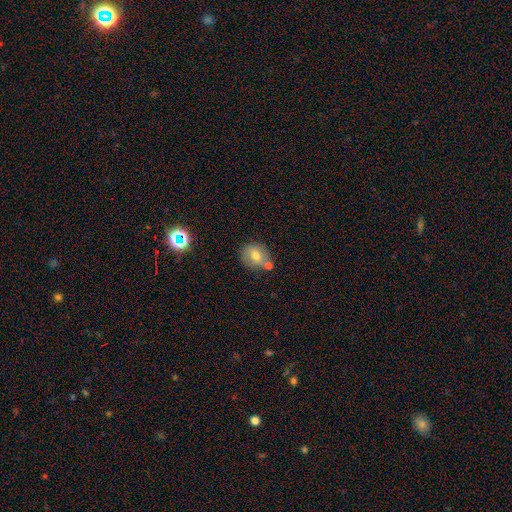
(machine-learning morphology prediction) A smooth galaxy with no disk features (67%) that is round (67%).

Vote fractions:
- Smooth or featured? smooth: 67% / featured or disk: 21% / star or artifact: 12%
- How rounded? round: 67% / in between: 32% / cigar-shaped: 1%
- Merging? none: 64% / merger: 18% / minor disturbance: 15% / major disturbance: 4%